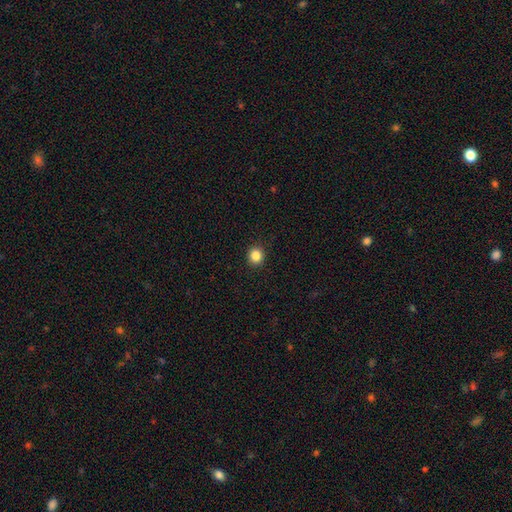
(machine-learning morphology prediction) The model was most divided on "smooth or featured": smooth: 86%, star or artifact: 11%, featured or disk: 4%. More confident: merging — none (92%); how rounded — round (89%).